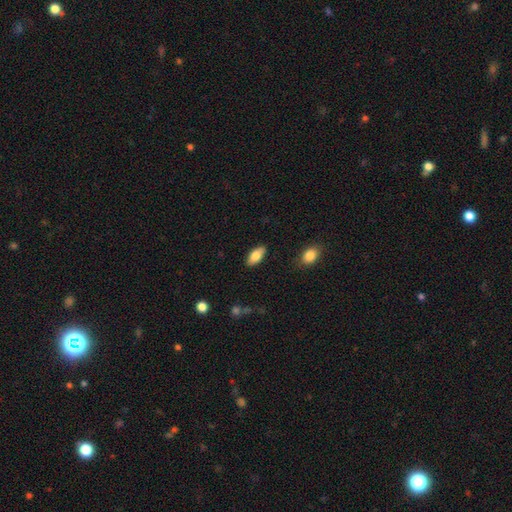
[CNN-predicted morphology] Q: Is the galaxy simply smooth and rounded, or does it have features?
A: smooth — 79%.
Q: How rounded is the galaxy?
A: in between — 88%.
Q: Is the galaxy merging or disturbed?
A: none — 87%.